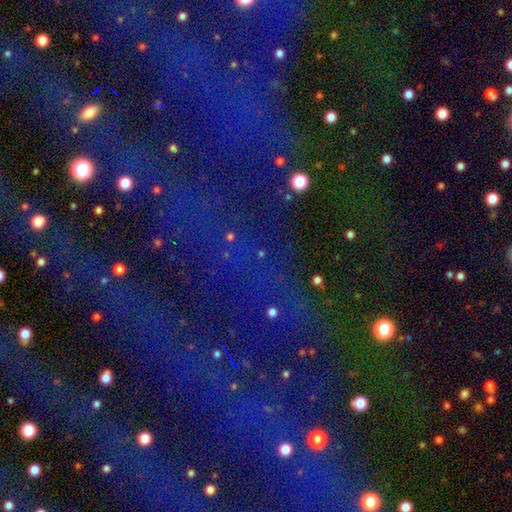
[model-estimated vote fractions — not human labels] Overall: star or artifact (82%).